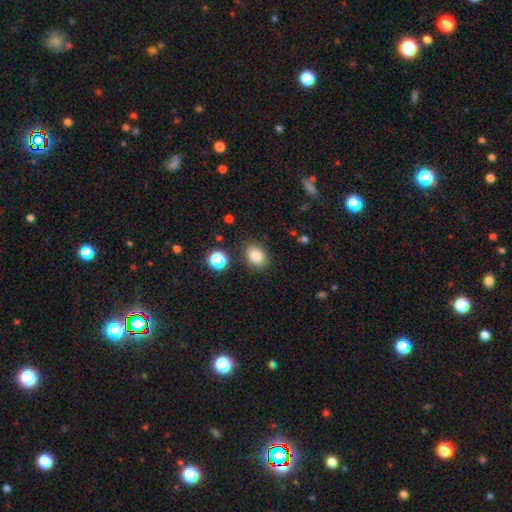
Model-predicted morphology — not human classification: A smooth galaxy with no disk features (82%) that is in between round and cigar-shaped (68%). Merging: none (85%).